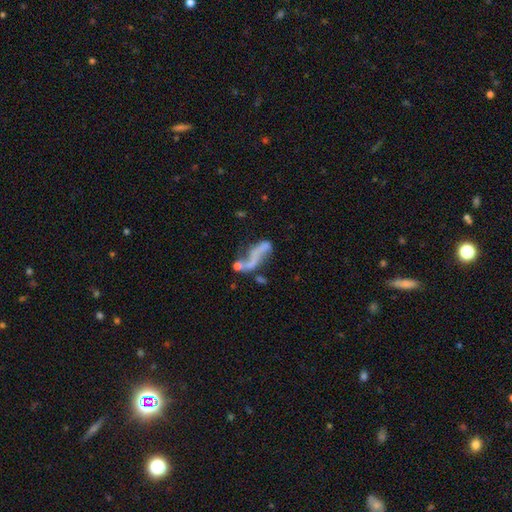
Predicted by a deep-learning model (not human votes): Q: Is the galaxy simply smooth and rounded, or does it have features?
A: featured or disk — 63%.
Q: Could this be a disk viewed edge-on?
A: no — 88%.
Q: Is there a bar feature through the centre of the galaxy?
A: no — 62%.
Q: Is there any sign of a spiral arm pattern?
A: yes — 54%.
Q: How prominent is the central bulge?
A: none — 71%.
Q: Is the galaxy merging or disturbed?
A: none — 30%.